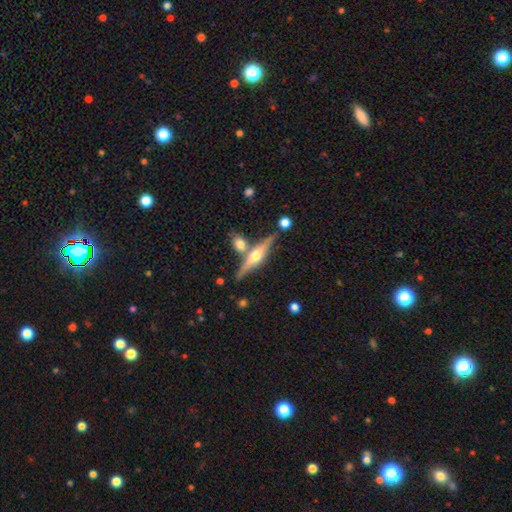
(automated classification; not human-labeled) featured or disk 75%, smooth 19%, star or artifact 6%. Down the decision tree: edge-on disk — yes (96%); edge-on bulge — rounded (92%); merging — none (71%).